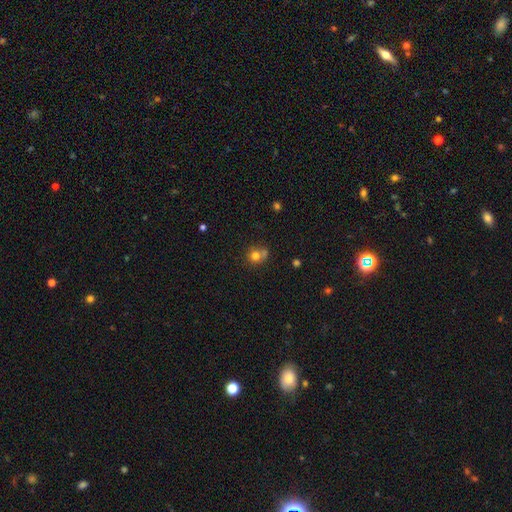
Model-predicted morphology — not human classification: This appears to be a smooth galaxy with no disk features (76%) that is round (82%). Merging: none (49%).